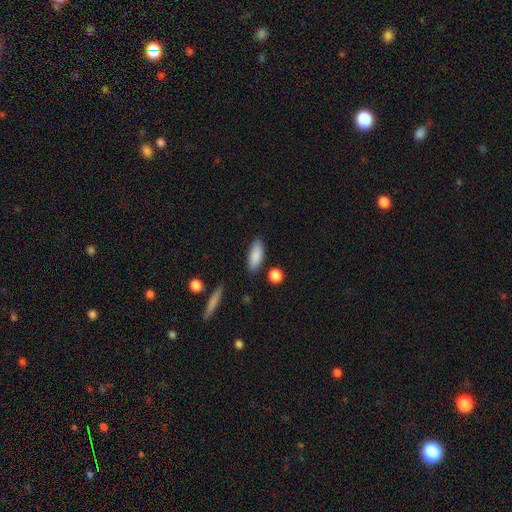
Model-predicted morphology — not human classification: smooth 87%, star or artifact 6%, featured or disk 6%. Down the decision tree: how rounded — in between (78%); merging — none (84%).